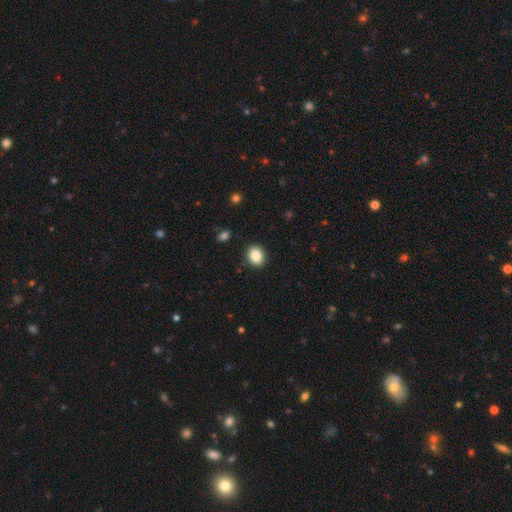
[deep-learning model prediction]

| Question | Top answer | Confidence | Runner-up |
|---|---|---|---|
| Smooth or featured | smooth | 86% | star or artifact (9%) |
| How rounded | in between | 50% | round (49%) |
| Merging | none | 88% | minor disturbance (8%) |